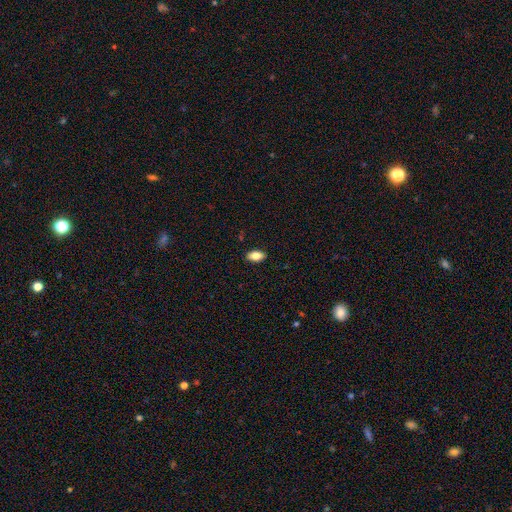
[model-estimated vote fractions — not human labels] Morphology: type=smooth (80%); roundness=in between (91%); merging=none (89%).